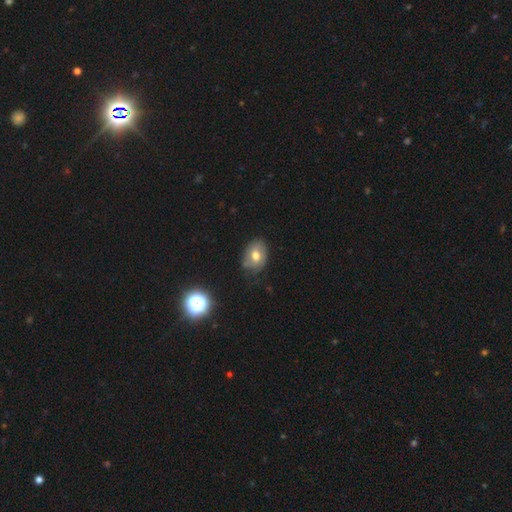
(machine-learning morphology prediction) Overall: smooth (67%). How rounded: in between (68%; round 31%). Merging: none (69%).